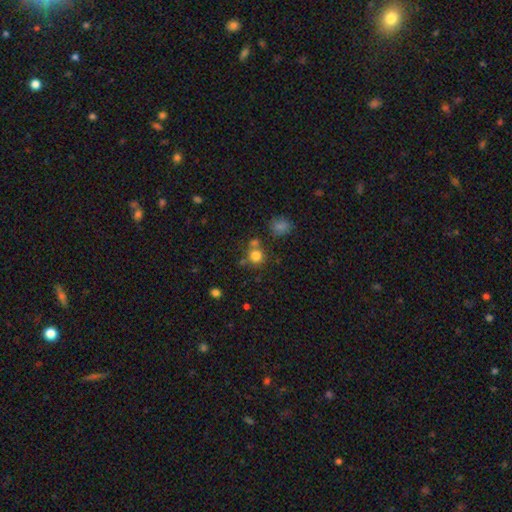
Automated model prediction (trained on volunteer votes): Q: Smooth or featured?
A: smooth (79%); runner-up: star or artifact (14%)
Q: How rounded?
A: round (89%); runner-up: in between (10%)
Q: Merging?
A: none (65%); runner-up: merger (21%)